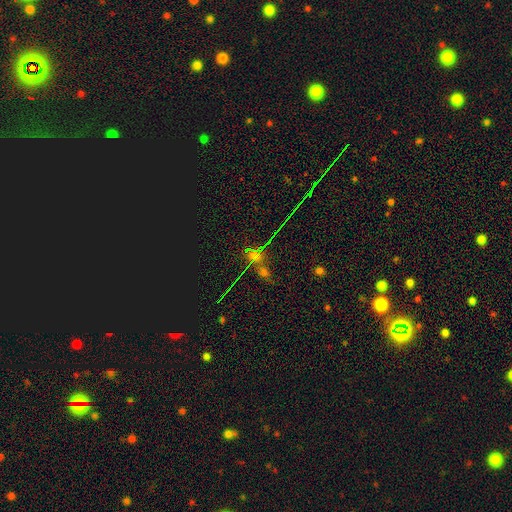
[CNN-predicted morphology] star or artifact 70%, smooth 18%, featured or disk 11%.